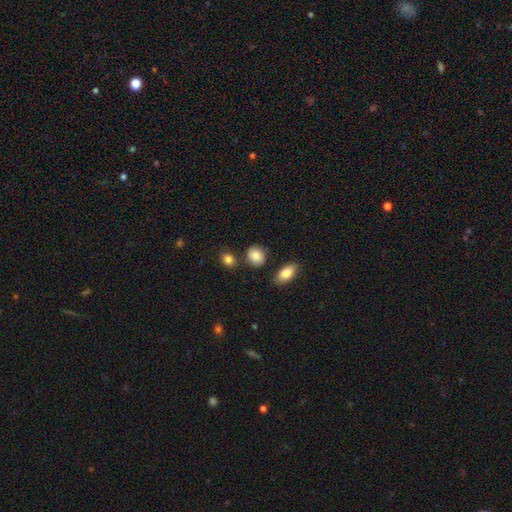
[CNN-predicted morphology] This is clearly a smooth galaxy (85%). How rounded: likely round (66%). Merging: likely none (79%).